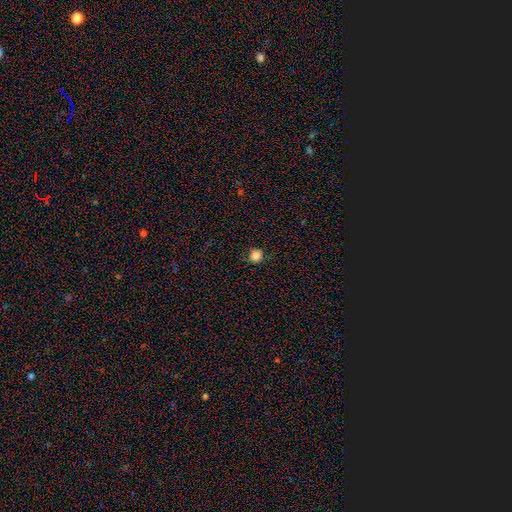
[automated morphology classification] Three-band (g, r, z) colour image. It shows a smooth galaxy with no disk features (83%) that is round (89%). Merging: none (82%).